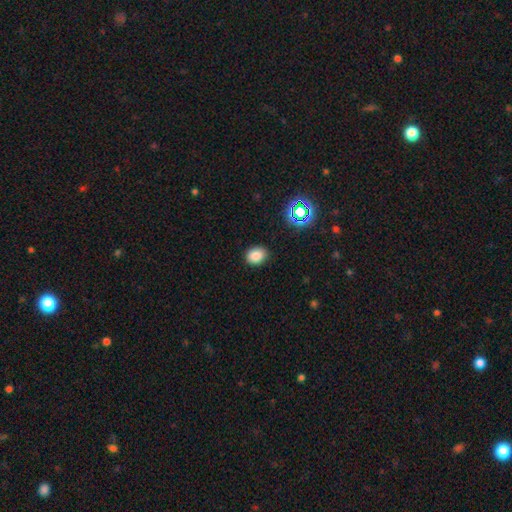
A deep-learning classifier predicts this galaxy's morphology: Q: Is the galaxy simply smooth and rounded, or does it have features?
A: smooth — 82%.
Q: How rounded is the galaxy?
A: in between — 57%.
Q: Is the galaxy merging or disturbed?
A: none — 87%.